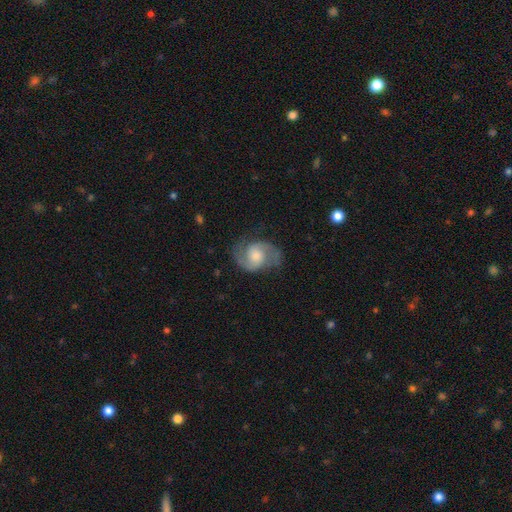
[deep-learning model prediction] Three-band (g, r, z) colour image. It shows a featured or disk galaxy (85%) with no bar (58%), 2 (92%) medium (57%) spiral arms (97%) and a moderate central bulge (41%). Merging: none (74%).